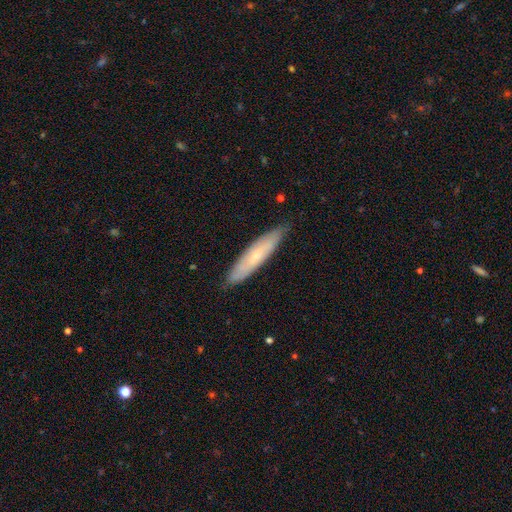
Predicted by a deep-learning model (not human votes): A smooth galaxy with no disk features (53%) that is cigar-shaped (80%). Merging: none (83%).